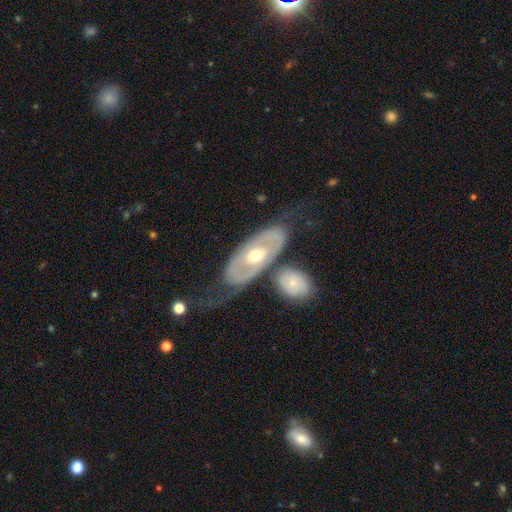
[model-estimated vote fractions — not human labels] Smooth or featured? Predicted: featured or disk (p=0.69). Edge-on disk? Predicted: no (p=0.86). Bar? Predicted: no (p=0.78). Spiral arms? Predicted: no (p=0.63). Bulge size? Predicted: moderate (p=0.72). Merging? Predicted: none (p=0.54).